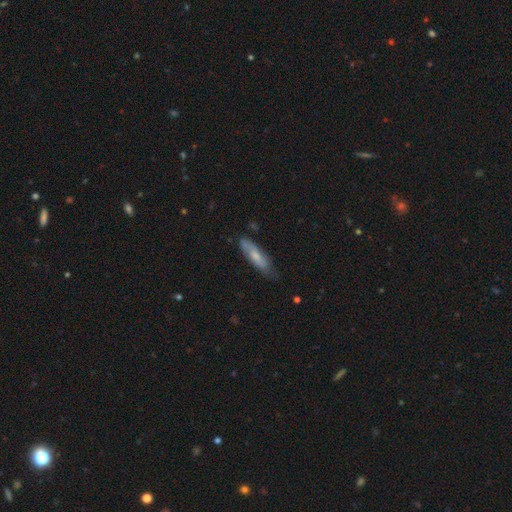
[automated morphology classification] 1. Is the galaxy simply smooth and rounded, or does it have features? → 58% smooth, 36% featured or disk, 6% star or artifact.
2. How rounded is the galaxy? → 64% cigar-shaped, 34% in between, 2% round.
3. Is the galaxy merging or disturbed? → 72% none, 22% minor disturbance, 4% major disturbance, 2% merger.